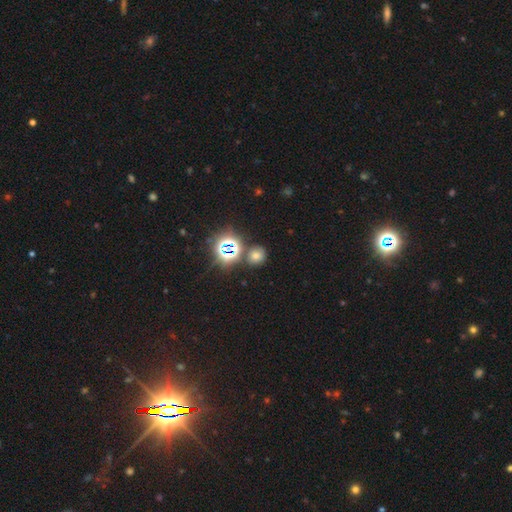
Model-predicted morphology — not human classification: The model was most divided on "smooth or featured": smooth: 60%, star or artifact: 32%, featured or disk: 8%. More confident: how rounded — round (79%); merging — none (77%).